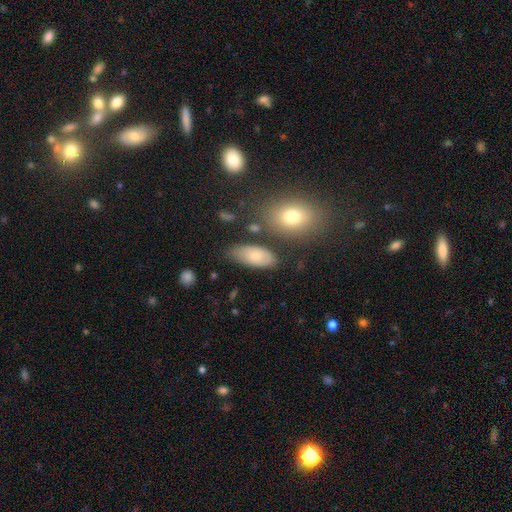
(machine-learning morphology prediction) Overall: smooth (71%). How rounded: in between (90%). Merging: none (66%).